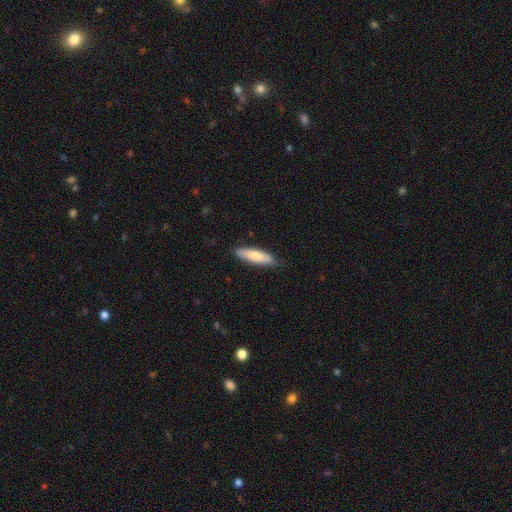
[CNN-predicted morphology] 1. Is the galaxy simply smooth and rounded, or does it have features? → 76% smooth, 19% featured or disk, 5% star or artifact.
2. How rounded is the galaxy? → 64% cigar-shaped, 35% in between, 2% round.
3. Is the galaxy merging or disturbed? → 79% none, 17% minor disturbance, 2% major disturbance, 1% merger.